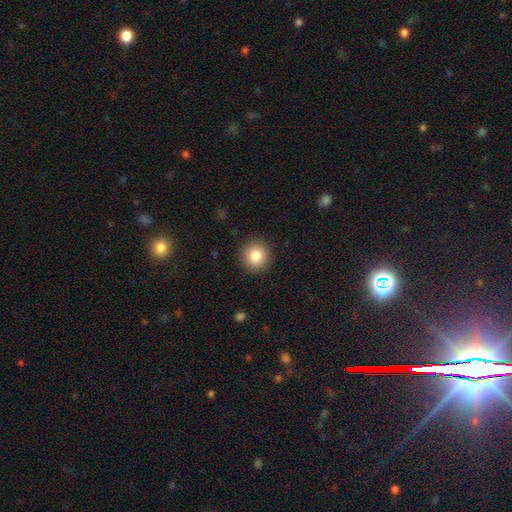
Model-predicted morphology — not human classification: Smooth or featured?
  - smooth: 84% *
  - star or artifact: 9%
  - featured or disk: 7%
How rounded?
  - round: 93% *
  - in between: 6%
  - cigar-shaped: 1%
Merging?
  - none: 91% *
  - minor disturbance: 6%
  - major disturbance: 2%
  - merger: 1%